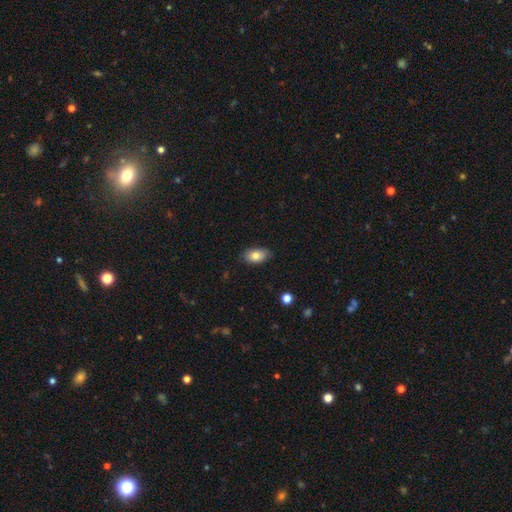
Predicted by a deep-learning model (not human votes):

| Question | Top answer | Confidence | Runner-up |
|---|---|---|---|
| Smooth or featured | smooth | 80% | featured or disk (13%) |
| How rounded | in between | 92% | round (6%) |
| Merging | none | 85% | minor disturbance (12%) |